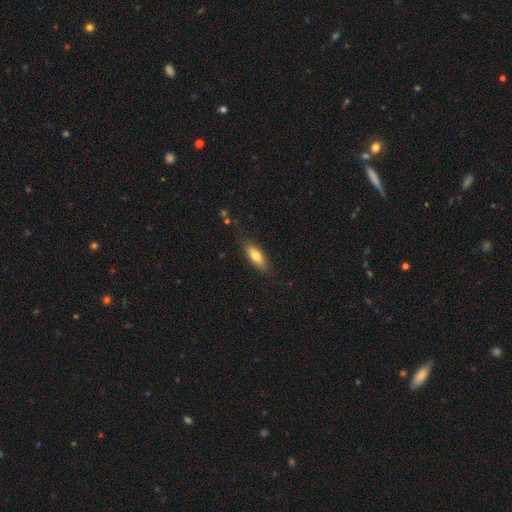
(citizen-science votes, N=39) Volunteers were most divided on "how rounded": cigar-shaped: 50%, in between: 46%, round: 4%. More confident: merging — none (77%); smooth or featured — smooth (67%).